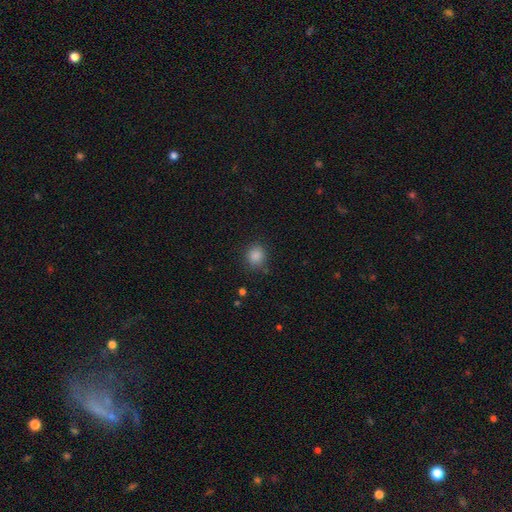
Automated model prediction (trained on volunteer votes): smooth-or-featured: smooth: 85% | star or artifact: 11% | featured or disk: 4%
  how-rounded: round: 81% | in between: 18% | cigar-shaped: 1%
  merging: none: 83% | minor disturbance: 12% | major disturbance: 4% | merger: 2%